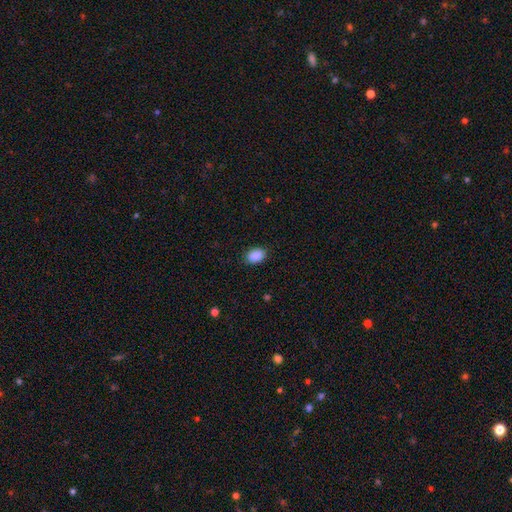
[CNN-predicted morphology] Smooth or featured?
  - smooth: 90% *
  - star or artifact: 7%
  - featured or disk: 3%
How rounded?
  - in between: 78% *
  - round: 21%
  - cigar-shaped: 1%
Merging?
  - none: 87% *
  - minor disturbance: 10%
  - major disturbance: 2%
  - merger: 1%